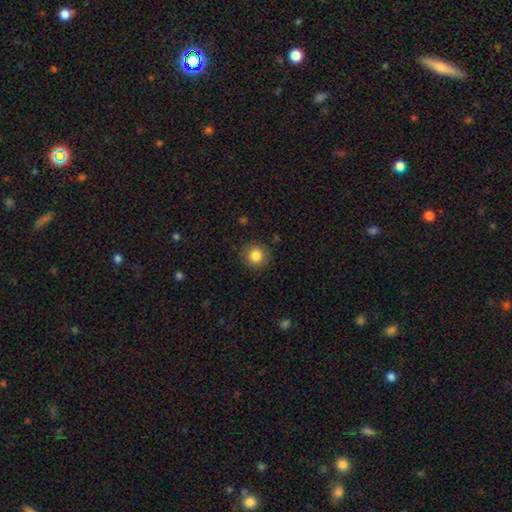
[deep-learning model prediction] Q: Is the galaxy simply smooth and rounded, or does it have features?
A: smooth — 85%.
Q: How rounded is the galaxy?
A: round — 92%.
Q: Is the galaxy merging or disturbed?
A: none — 87%.